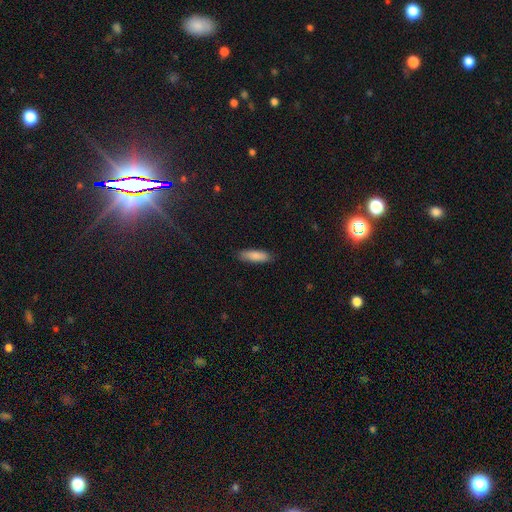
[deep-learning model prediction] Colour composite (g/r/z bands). It shows a smooth galaxy with no disk features (86%) that is cigar-shaped (56%). Merging: none (87%).